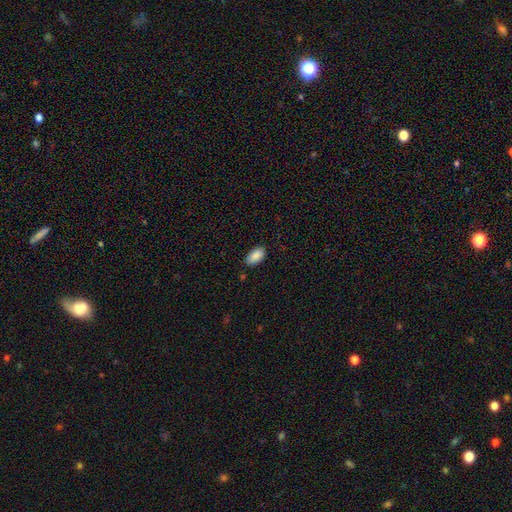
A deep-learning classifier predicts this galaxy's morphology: This appears to be a smooth galaxy with no disk features (88%) that is in between round and cigar-shaped (94%). Merging: none (83%).